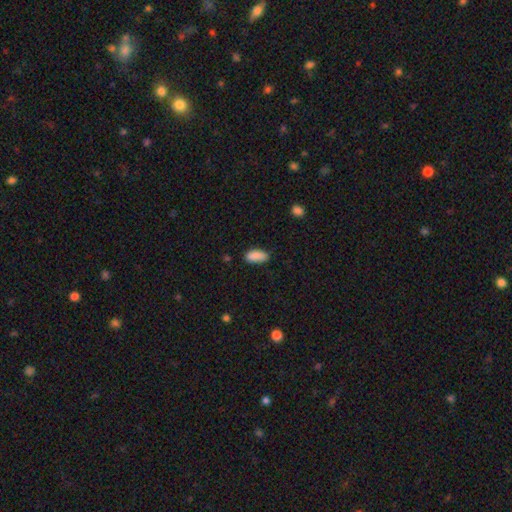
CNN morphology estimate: Q: Smooth or featured?
A: smooth (88%); runner-up: star or artifact (8%)
Q: How rounded?
A: in between (87%); runner-up: cigar-shaped (10%)
Q: Merging?
A: none (74%); runner-up: minor disturbance (20%)